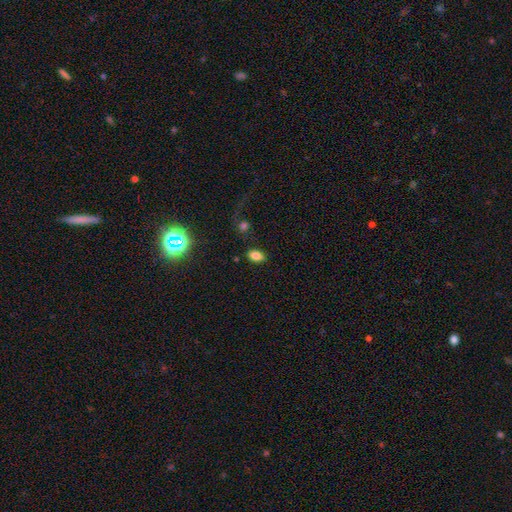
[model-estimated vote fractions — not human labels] Smooth or featured?
  - smooth: 80% *
  - star or artifact: 11%
  - featured or disk: 9%
How rounded?
  - in between: 88% *
  - round: 9%
  - cigar-shaped: 3%
Merging?
  - none: 82% *
  - minor disturbance: 11%
  - major disturbance: 4%
  - merger: 3%